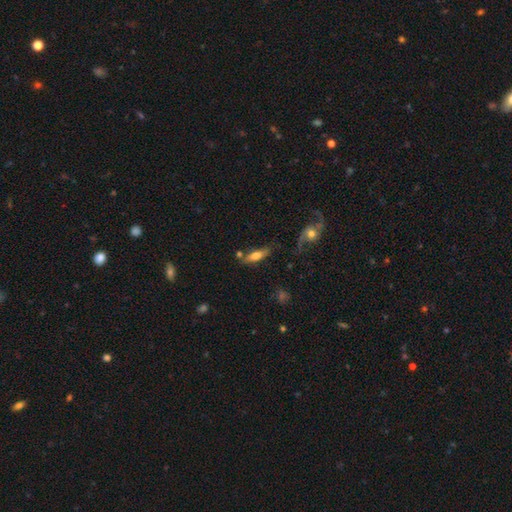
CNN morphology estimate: Smooth or featured: smooth — 61% (featured or disk — 32%)
How rounded: in between — 51% (cigar-shaped — 46%)
Merging: none — 64% (minor disturbance — 18%)